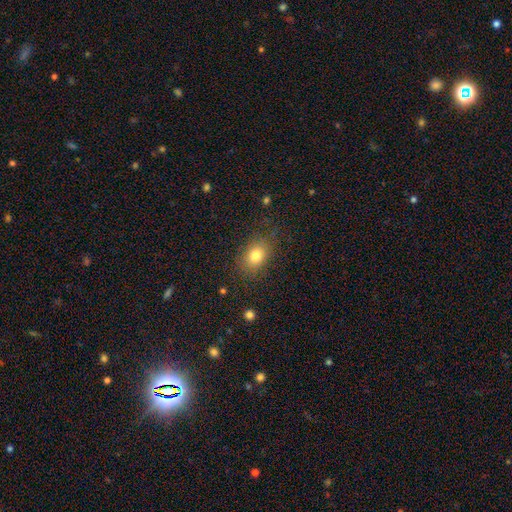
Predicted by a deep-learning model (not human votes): A smooth galaxy with no disk features (80%) that is in between round and cigar-shaped (69%). Merging: none (79%).